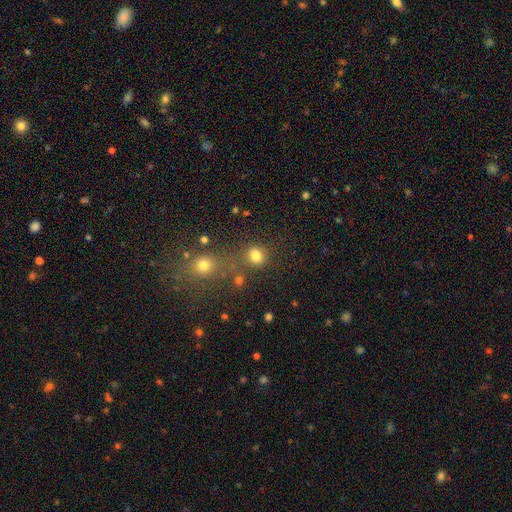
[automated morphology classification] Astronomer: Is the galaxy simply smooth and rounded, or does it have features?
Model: smooth — 79%.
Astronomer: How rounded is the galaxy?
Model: round — 81%.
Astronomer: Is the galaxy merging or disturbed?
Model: none — 69%.